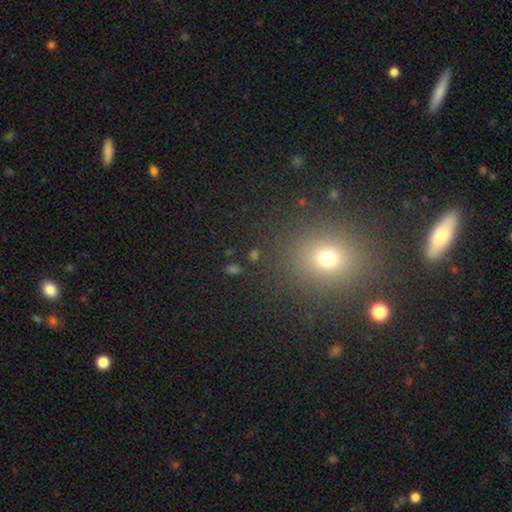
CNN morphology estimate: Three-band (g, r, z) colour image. It shows a smooth galaxy with no disk features (58%) that is round (71%). Merging: none (87%).